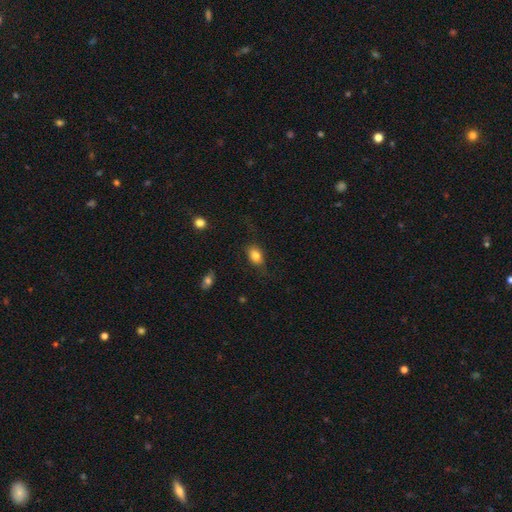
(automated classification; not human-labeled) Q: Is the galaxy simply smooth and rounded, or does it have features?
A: smooth — 81%.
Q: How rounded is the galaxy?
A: in between — 75%.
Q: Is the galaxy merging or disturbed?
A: none — 72%.